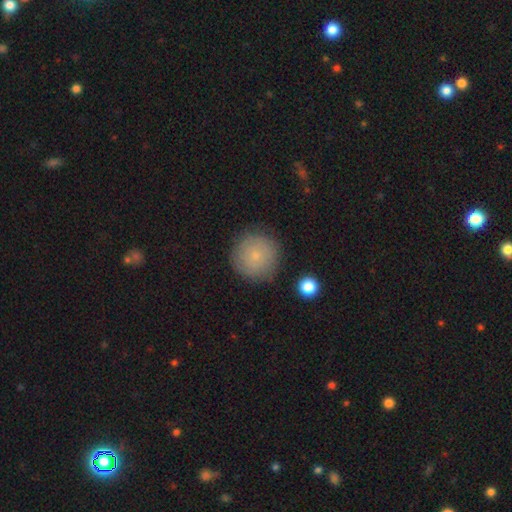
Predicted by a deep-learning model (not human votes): Smooth or featured: smooth — 77% (featured or disk — 15%)
How rounded: round — 95% (in between — 4%)
Merging: none — 84% (minor disturbance — 11%)